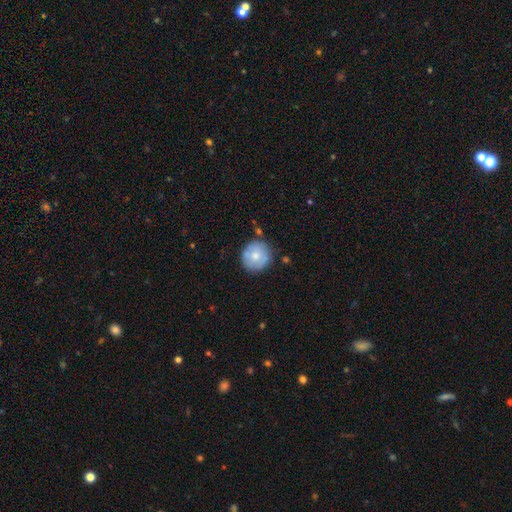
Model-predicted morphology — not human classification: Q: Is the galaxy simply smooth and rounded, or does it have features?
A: smooth — 70%.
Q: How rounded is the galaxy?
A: round — 93%.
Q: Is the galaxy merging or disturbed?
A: none — 79%.